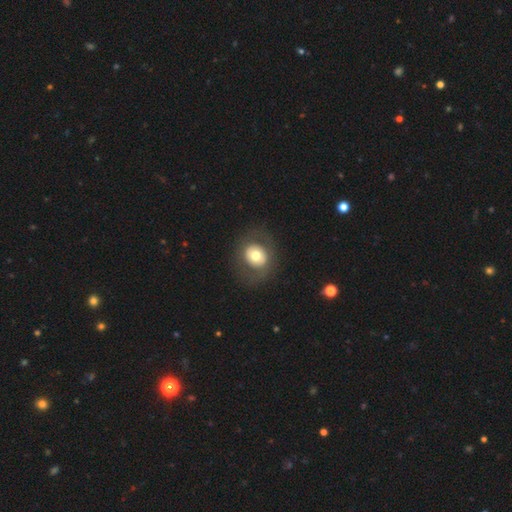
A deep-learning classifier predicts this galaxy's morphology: Smooth or featured: smooth — 61% (featured or disk — 31%)
How rounded: round — 72% (in between — 27%)
Merging: none — 81% (minor disturbance — 10%)